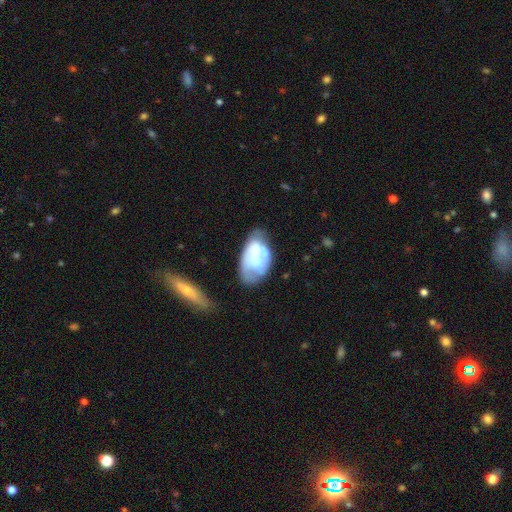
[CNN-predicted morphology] A featured or disk galaxy (52%). Merging: none (38%).